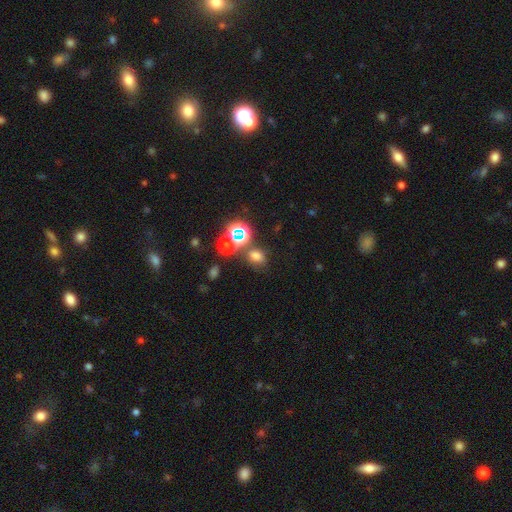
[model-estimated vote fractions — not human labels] Morphology: type=smooth (63%); roundness=round (51%); merging=none (67%).